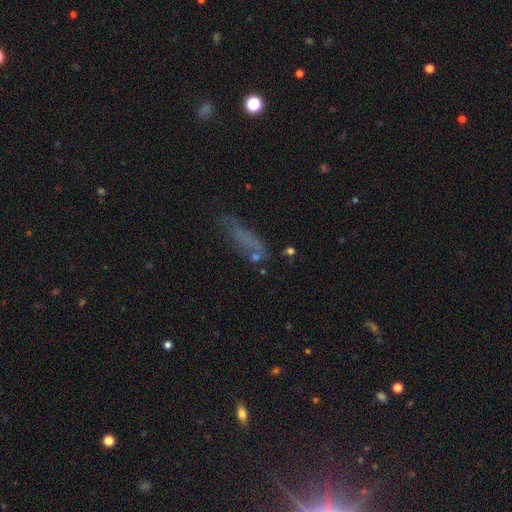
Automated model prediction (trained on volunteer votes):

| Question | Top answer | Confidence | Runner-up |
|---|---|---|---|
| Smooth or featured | smooth | 53% | featured or disk (31%) |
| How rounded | cigar-shaped | 48% | tied: in between (48%) |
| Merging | none | 43% | minor disturbance (25%) |